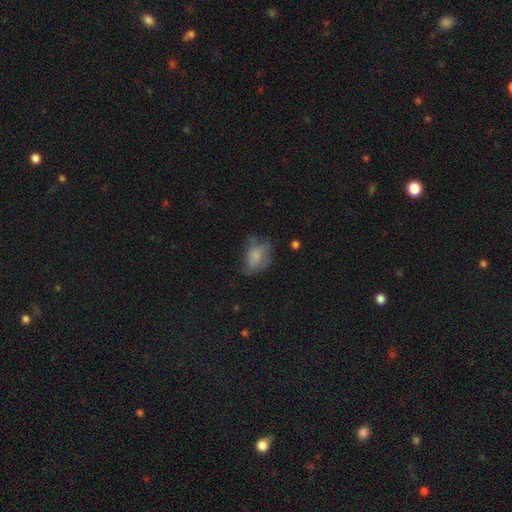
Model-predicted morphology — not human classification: Smooth or featured: smooth — 62% (featured or disk — 27%)
How rounded: in between — 79% (round — 19%)
Merging: none — 40% (minor disturbance — 31%)